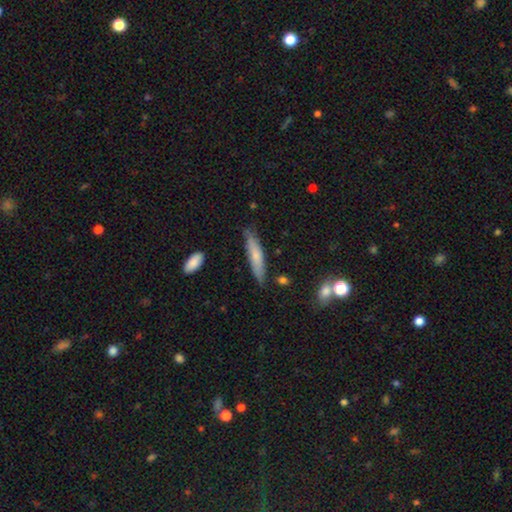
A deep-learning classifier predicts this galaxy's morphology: type=smooth (69%); roundness=cigar-shaped (83%); merging=none (77%).